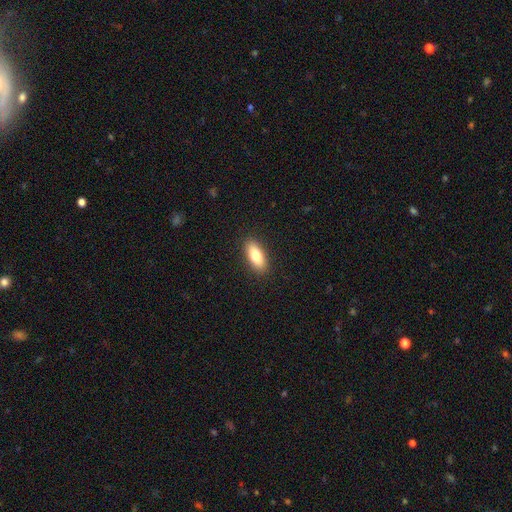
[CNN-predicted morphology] Smooth or featured: smooth — 80% (featured or disk — 13%)
How rounded: in between — 77% (cigar-shaped — 20%)
Merging: none — 90% (minor disturbance — 7%)